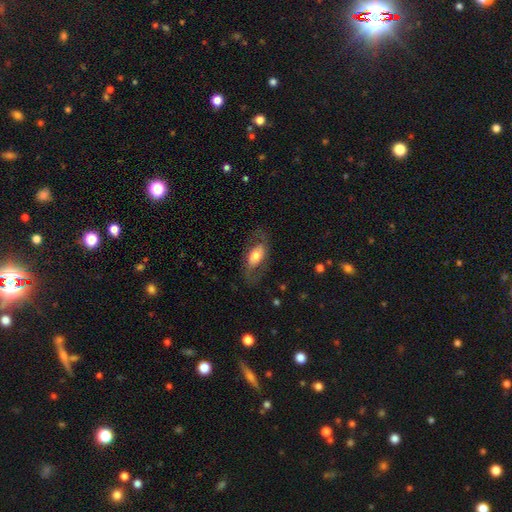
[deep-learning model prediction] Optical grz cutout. It shows a smooth galaxy with no disk features (49%). Merging: none (68%).